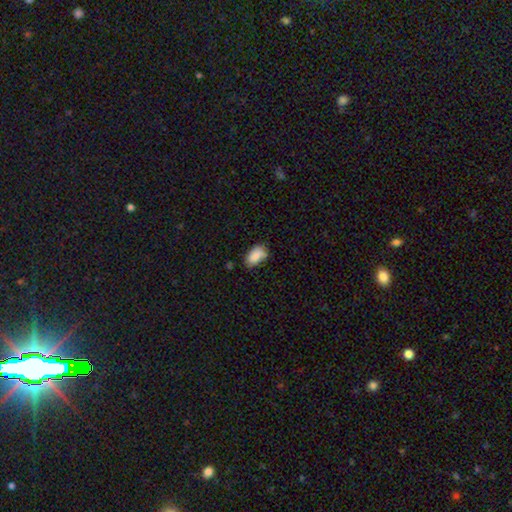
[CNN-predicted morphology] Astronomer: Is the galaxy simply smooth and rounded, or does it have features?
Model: smooth — 86%.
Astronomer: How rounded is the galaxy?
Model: in between — 92%.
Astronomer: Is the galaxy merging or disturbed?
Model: none — 63%.